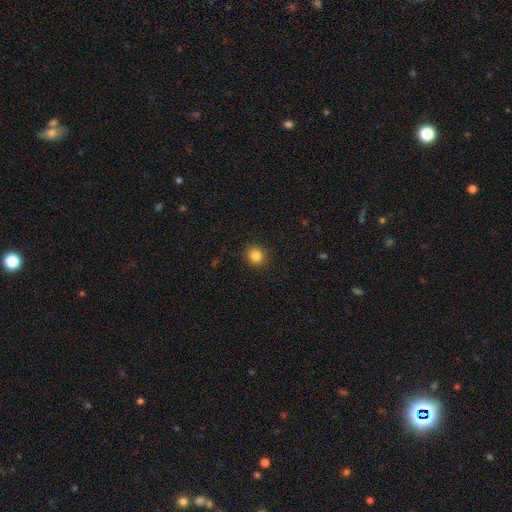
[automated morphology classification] Smooth or featured? Predicted: smooth (p=0.84). How rounded? Predicted: round (p=0.88). Merging? Predicted: none (p=0.91).